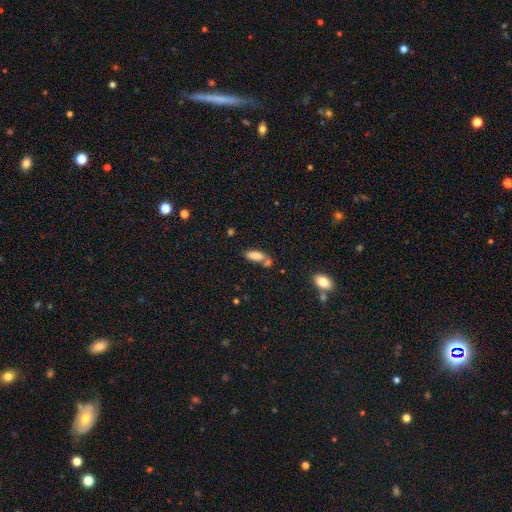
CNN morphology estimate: smooth 81%, featured or disk 11%, star or artifact 8%. Down the decision tree: how rounded — in between (76%); merging — none (53%).